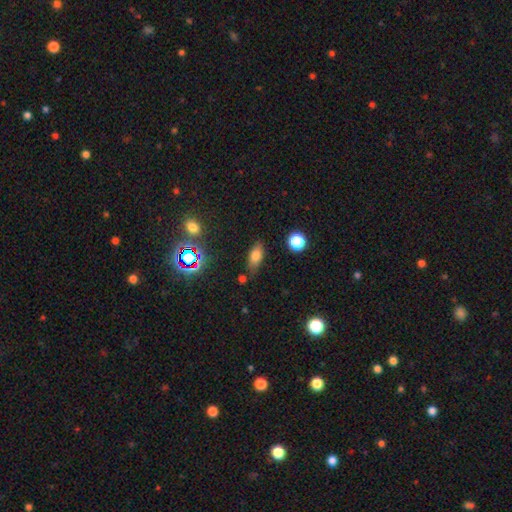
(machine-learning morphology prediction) A smooth galaxy with no disk features (72%) that is in between round and cigar-shaped (79%).

Vote fractions:
- Smooth or featured? smooth: 72% / star or artifact: 14% / featured or disk: 14%
- How rounded? in between: 79% / cigar-shaped: 13% / round: 8%
- Merging? none: 75% / minor disturbance: 16% / merger: 5% / major disturbance: 4%